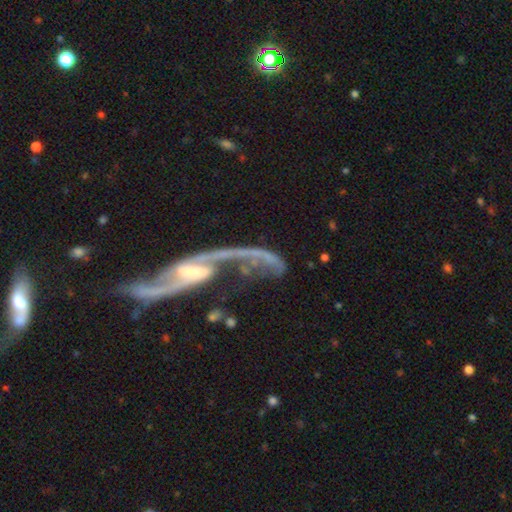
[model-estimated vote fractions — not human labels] Smooth or featured? Predicted: featured or disk (p=0.90). Edge-on disk? Predicted: no (p=0.89). Bar? Predicted: weak (p=0.42). Spiral arms? Predicted: yes (p=0.96). Spiral winding? Predicted: loose (p=0.80). Spiral arm count? Predicted: 2 (p=0.92). Bulge size? Predicted: small (p=0.49). Merging? Predicted: none (p=0.58).